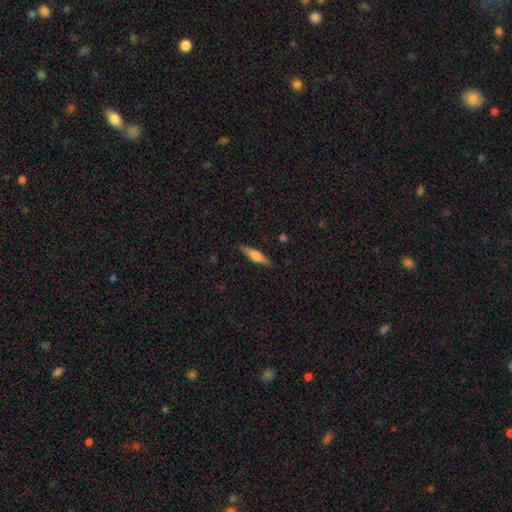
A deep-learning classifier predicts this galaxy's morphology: This appears to be a smooth galaxy with no disk features (53%) that is cigar-shaped (74%). Merging: none (87%).